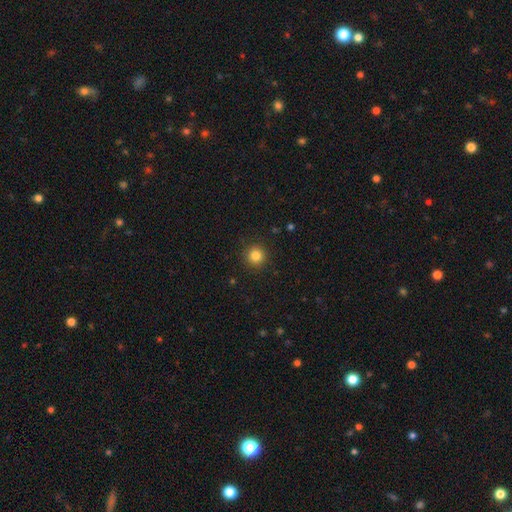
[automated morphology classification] smooth_or_featured: smooth (p=0.84) [alt: star or artifact p=0.12]
how_rounded: round (p=0.95) [alt: in between p=0.05]
merging: none (p=0.91) [alt: minor disturbance p=0.06]